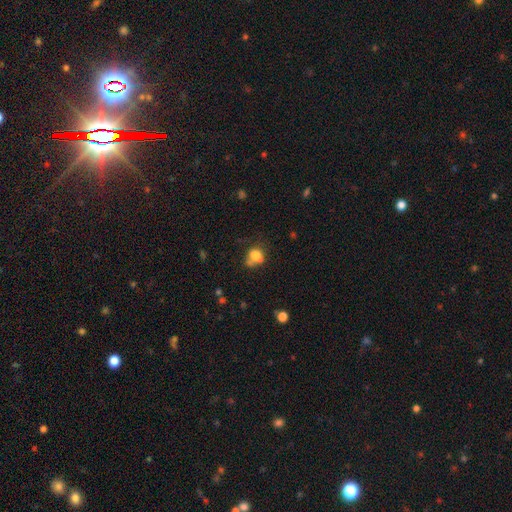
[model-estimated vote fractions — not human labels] smooth 75%, featured or disk 13%, star or artifact 12%. Down the decision tree: how rounded — in between (53%); merging — none (37%).